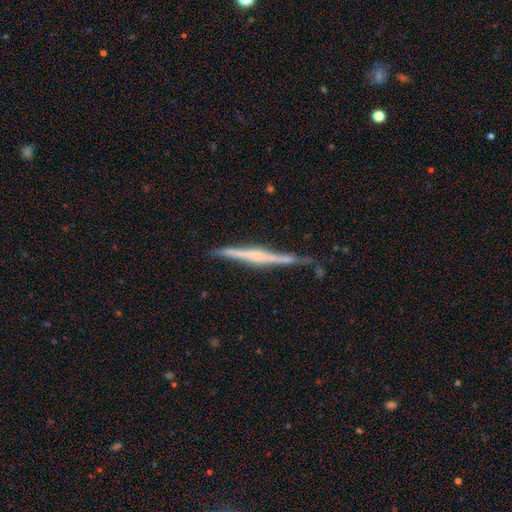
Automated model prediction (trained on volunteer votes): The model was most divided on "edge-on bulge": rounded: 41%, none: 37%, boxy: 22%. More confident: edge-on disk — yes (97%); smooth or featured — featured or disk (74%); merging — none (73%).